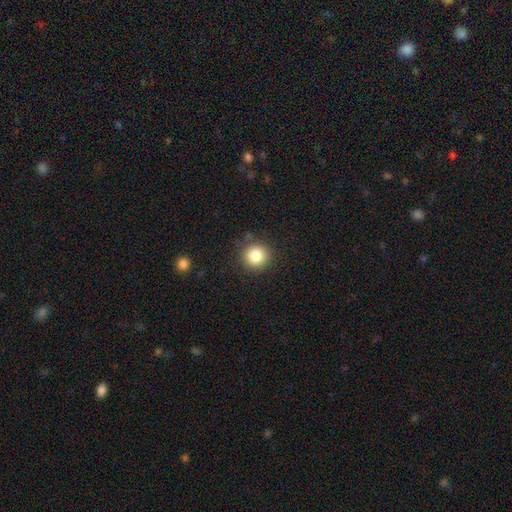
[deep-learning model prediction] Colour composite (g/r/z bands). It shows a smooth galaxy with no disk features (84%) that is round (92%). Merging: none (87%).